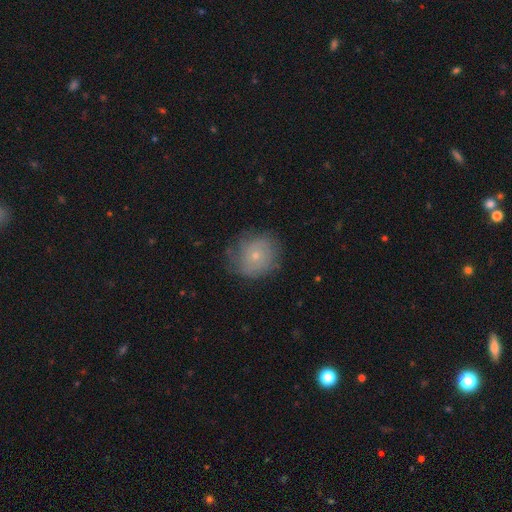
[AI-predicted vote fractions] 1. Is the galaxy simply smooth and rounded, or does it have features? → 48% smooth, 43% featured or disk, 9% star or artifact.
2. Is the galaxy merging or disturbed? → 69% none, 22% minor disturbance, 9% major disturbance, 1% merger.